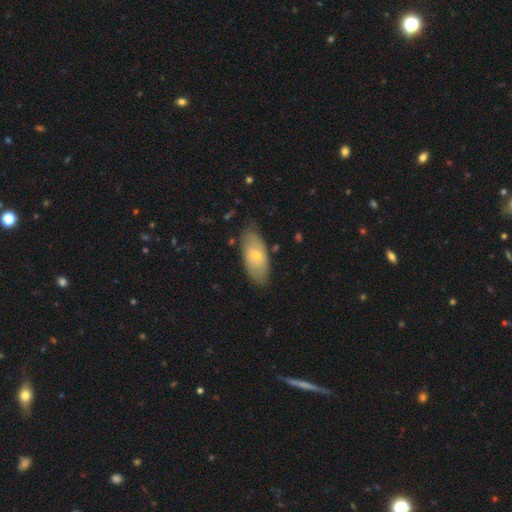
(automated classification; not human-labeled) A smooth galaxy with no disk features (60%) that is in between round and cigar-shaped (88%).

Vote fractions:
- Smooth or featured? smooth: 60% / featured or disk: 34% / star or artifact: 6%
- How rounded? in between: 88% / cigar-shaped: 8% / round: 4%
- Merging? none: 79% / minor disturbance: 16% / major disturbance: 3% / merger: 2%